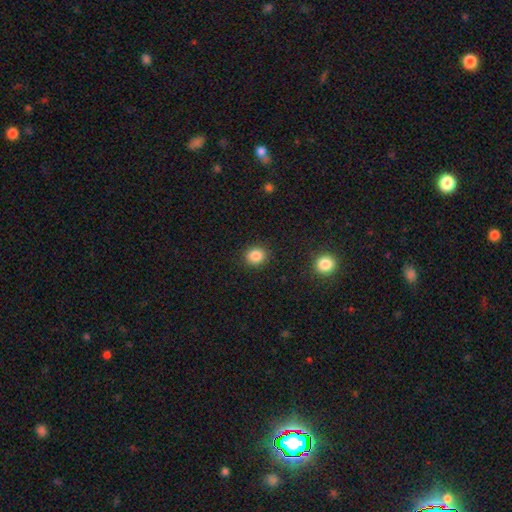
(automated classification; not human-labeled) Q: Smooth or featured?
A: smooth (85%); runner-up: star or artifact (10%)
Q: How rounded?
A: round (82%); runner-up: in between (18%)
Q: Merging?
A: none (90%); runner-up: minor disturbance (6%)